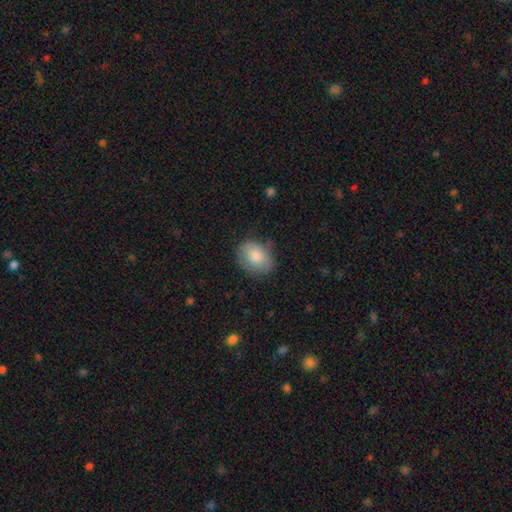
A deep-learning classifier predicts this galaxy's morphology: A smooth galaxy with no disk features (80%) that is in between round and cigar-shaped (64%).

Vote fractions:
- Smooth or featured? smooth: 80% / featured or disk: 13% / star or artifact: 7%
- How rounded? in between: 64% / round: 35% / cigar-shaped: 1%
- Merging? none: 70% / minor disturbance: 23% / major disturbance: 6% / merger: 1%